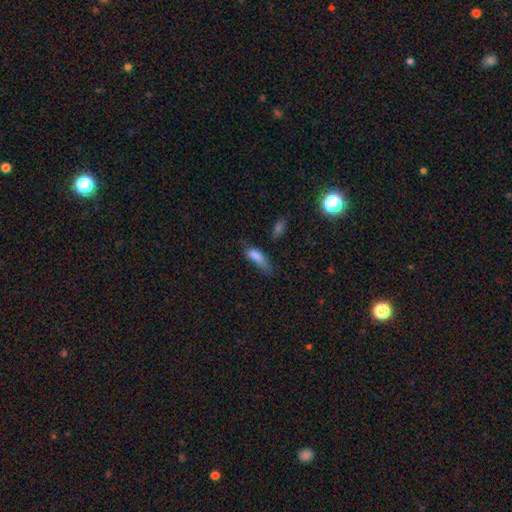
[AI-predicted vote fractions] A smooth galaxy with no disk features (75%) that is in between round and cigar-shaped (61%).

Vote fractions:
- Smooth or featured? smooth: 75% / featured or disk: 13% / star or artifact: 11%
- How rounded? in between: 61% / cigar-shaped: 36% / round: 4%
- Merging? minor disturbance: 31% (tied) / major disturbance: 31% (tied) / none: 29% / merger: 8%